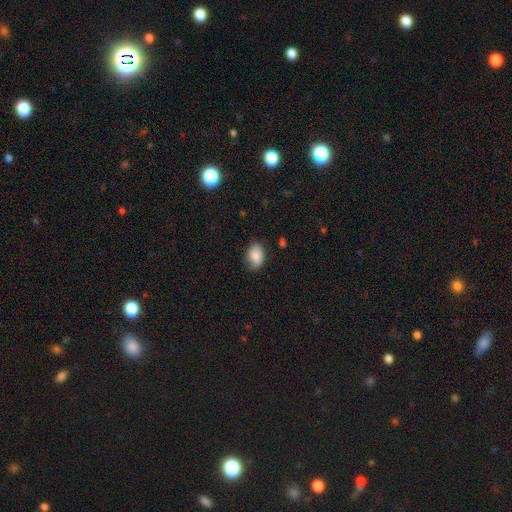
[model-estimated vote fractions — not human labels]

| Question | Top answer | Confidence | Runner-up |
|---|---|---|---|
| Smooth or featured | smooth | 82% | featured or disk (11%) |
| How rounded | in between | 83% | round (15%) |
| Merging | none | 78% | minor disturbance (17%) |